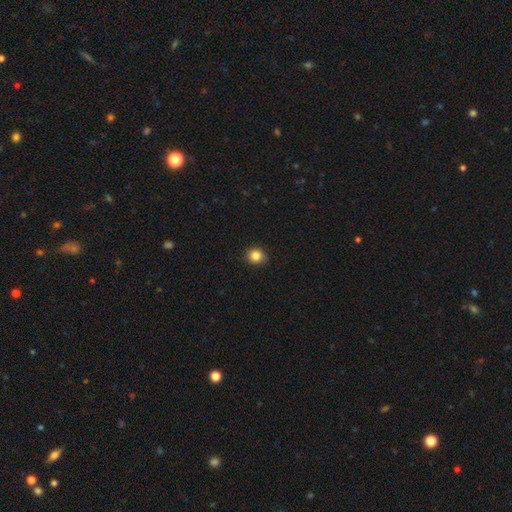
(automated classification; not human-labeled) smooth 84%, star or artifact 11%, featured or disk 5%. Down the decision tree: how rounded — round (80%); merging — none (86%).